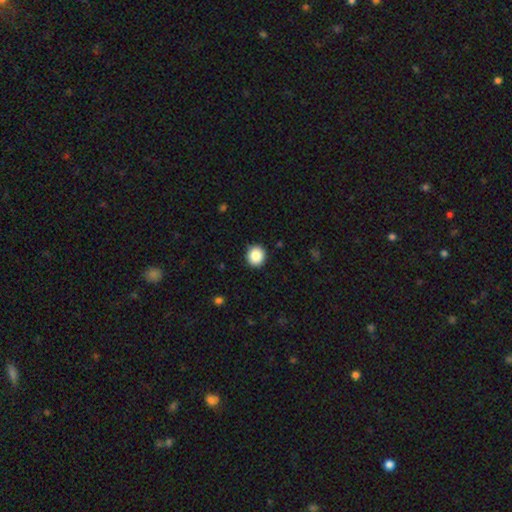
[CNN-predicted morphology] Smooth or featured: smooth — 87% (star or artifact — 9%)
How rounded: round — 88% (in between — 12%)
Merging: none — 91% (minor disturbance — 6%)